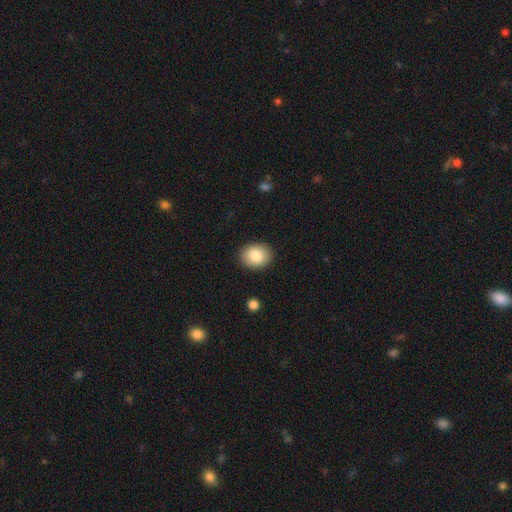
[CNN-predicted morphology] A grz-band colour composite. It shows a smooth galaxy with no disk features (84%) that is in between round and cigar-shaped (53%). Merging: none (89%).